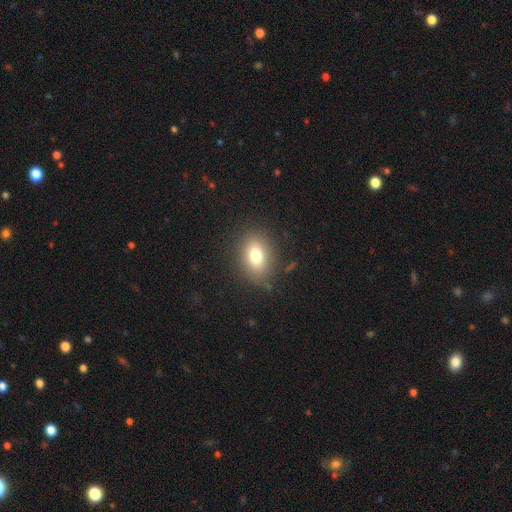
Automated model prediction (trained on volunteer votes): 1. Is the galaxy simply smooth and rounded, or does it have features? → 77% smooth, 12% featured or disk, 11% star or artifact.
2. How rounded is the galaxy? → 72% in between, 27% round, 2% cigar-shaped.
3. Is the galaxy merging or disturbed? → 84% none, 11% minor disturbance, 4% major disturbance, 1% merger.